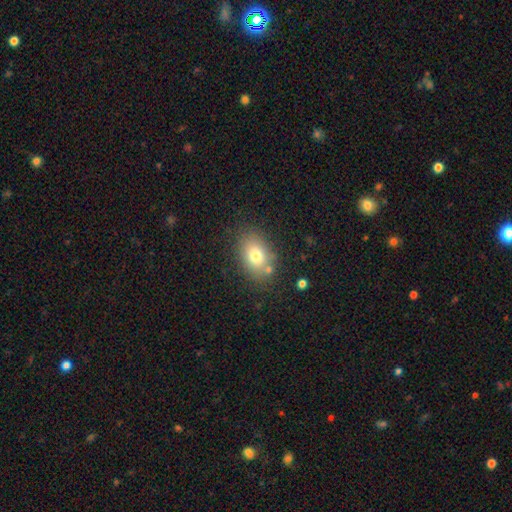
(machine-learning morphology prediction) Q: Smooth or featured?
A: smooth (76%); runner-up: featured or disk (13%)
Q: How rounded?
A: in between (78%); runner-up: round (21%)
Q: Merging?
A: none (76%); runner-up: minor disturbance (14%)